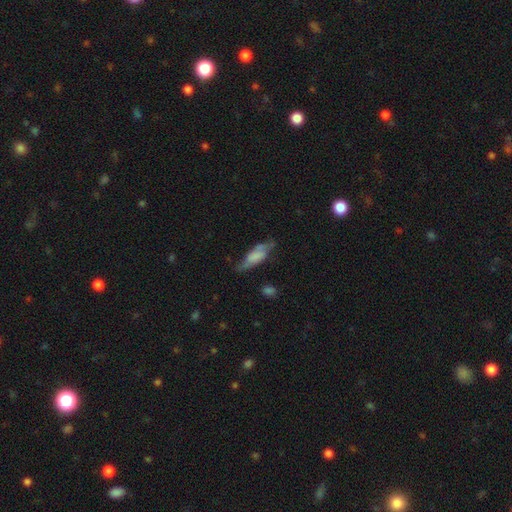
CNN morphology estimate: Smooth or featured: smooth — 55% (featured or disk — 38%)
How rounded: in between — 60% (cigar-shaped — 37%)
Merging: none — 51% (minor disturbance — 31%)